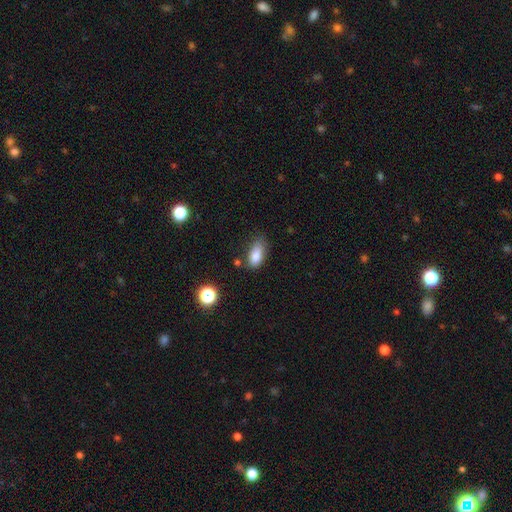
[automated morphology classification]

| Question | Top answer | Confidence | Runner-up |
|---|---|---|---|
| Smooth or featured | smooth | 84% | star or artifact (9%) |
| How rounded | in between | 87% | cigar-shaped (9%) |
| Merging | none | 59% | minor disturbance (30%) |